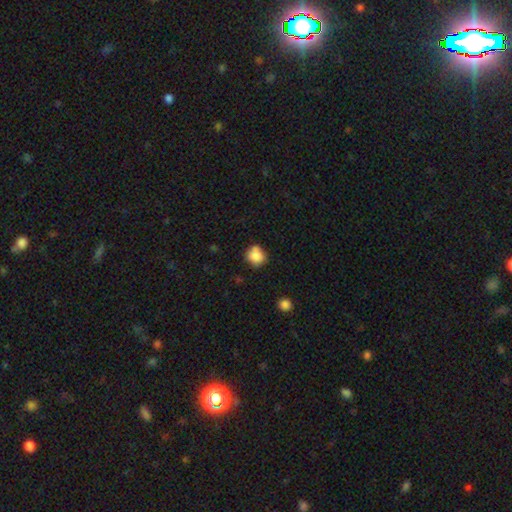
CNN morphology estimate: A smooth galaxy with no disk features (81%) that is round (81%).

Vote fractions:
- Smooth or featured? smooth: 81% / star or artifact: 10% / featured or disk: 9%
- How rounded? round: 81% / in between: 18% / cigar-shaped: 1%
- Merging? none: 60% / minor disturbance: 24% / merger: 9% / major disturbance: 6%